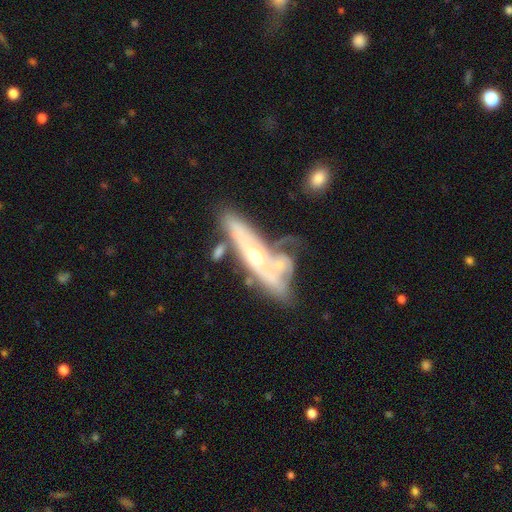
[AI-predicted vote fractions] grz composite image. It shows a featured or disk galaxy (70%). Merging: merger (34%).